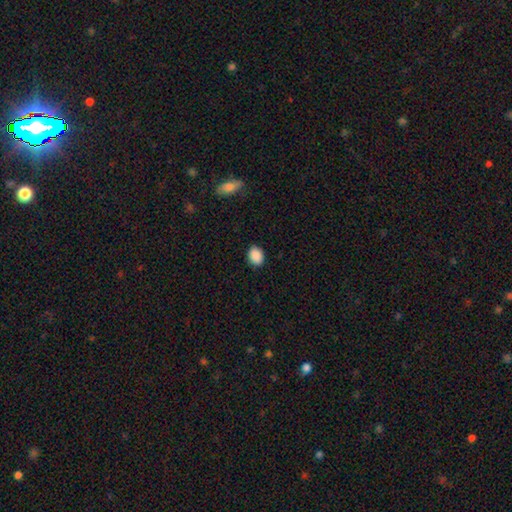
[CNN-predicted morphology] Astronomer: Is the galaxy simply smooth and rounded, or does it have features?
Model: smooth — 89%.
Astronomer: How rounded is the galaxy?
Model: in between — 62%.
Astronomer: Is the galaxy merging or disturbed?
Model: none — 88%.